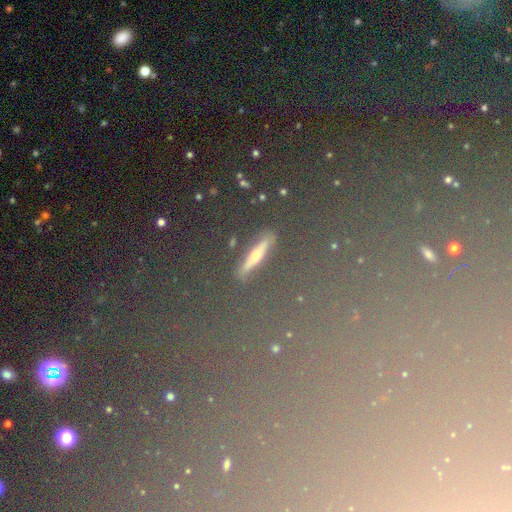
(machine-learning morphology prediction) The model was most divided on "smooth or featured": smooth: 38%, featured or disk: 35%, star or artifact: 27%. More confident: merging — none (81%).